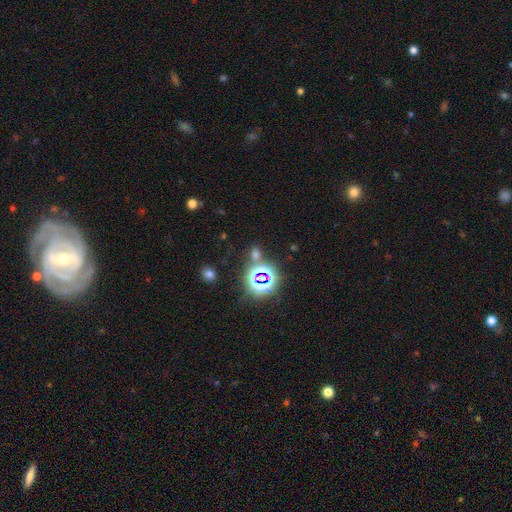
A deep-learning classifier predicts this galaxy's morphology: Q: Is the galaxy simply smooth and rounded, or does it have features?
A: star or artifact — 57%.